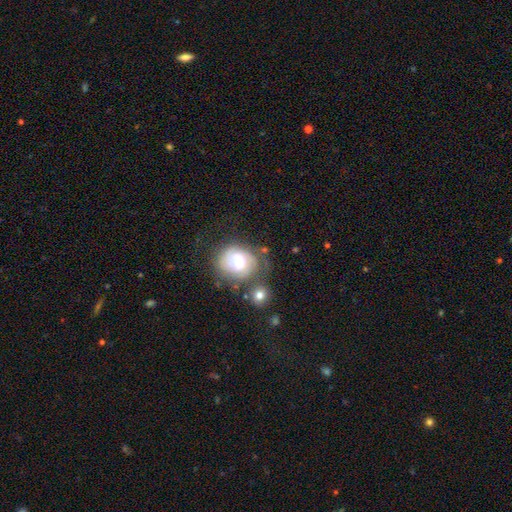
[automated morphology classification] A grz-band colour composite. It shows a smooth galaxy with no disk features (54%) that is round (70%). Merging: none (57%).